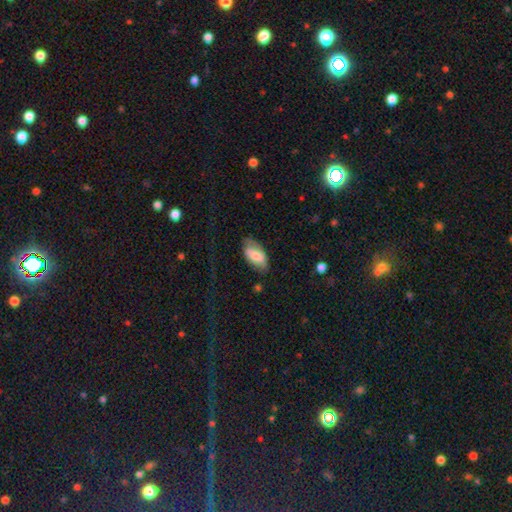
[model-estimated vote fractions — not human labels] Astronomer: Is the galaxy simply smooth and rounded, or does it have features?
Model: smooth — 64%.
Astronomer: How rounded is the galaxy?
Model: in between — 93%.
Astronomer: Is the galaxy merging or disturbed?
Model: none — 57%.